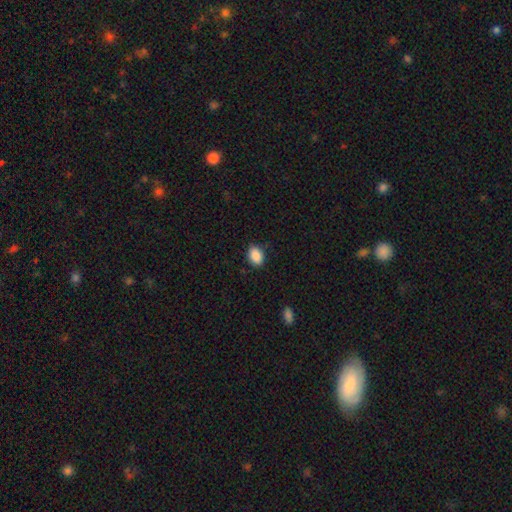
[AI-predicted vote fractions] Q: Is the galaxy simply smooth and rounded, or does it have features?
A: smooth — 89%.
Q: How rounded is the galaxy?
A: in between — 81%.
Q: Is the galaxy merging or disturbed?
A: none — 83%.